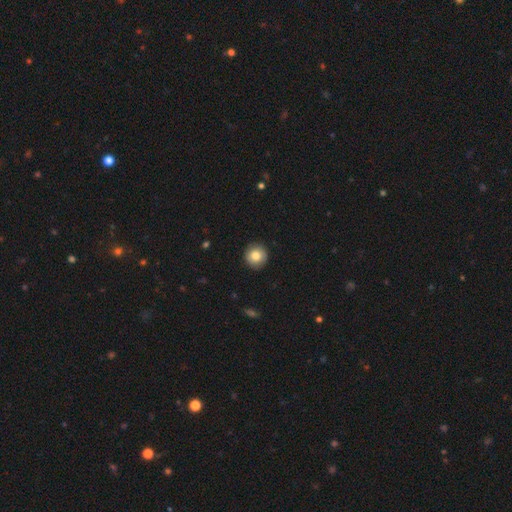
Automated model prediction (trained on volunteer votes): This is clearly a smooth galaxy (82%). How rounded: clearly round (94%). Merging: clearly none (91%).